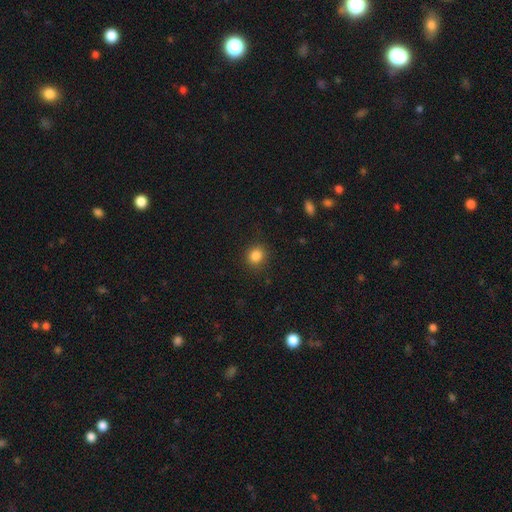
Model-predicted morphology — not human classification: A smooth galaxy with no disk features (84%) that is round (81%).

Vote fractions:
- Smooth or featured? smooth: 84% / star or artifact: 12% / featured or disk: 4%
- How rounded? round: 81% / in between: 18% / cigar-shaped: 1%
- Merging? none: 88% / minor disturbance: 9% / major disturbance: 3% / merger: 1%